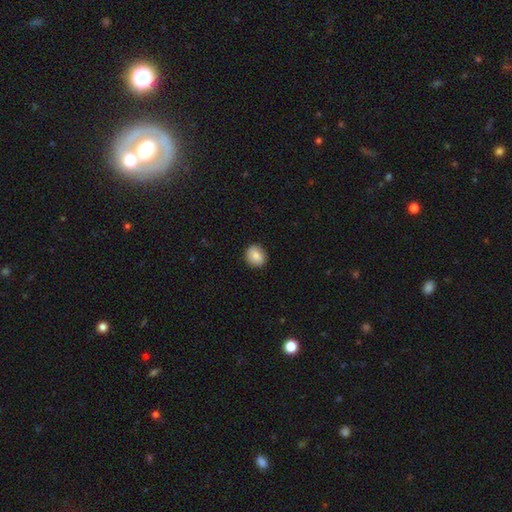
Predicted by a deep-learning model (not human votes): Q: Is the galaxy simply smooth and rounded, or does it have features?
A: smooth — 83%.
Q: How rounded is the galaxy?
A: round — 75%.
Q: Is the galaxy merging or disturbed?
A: none — 89%.